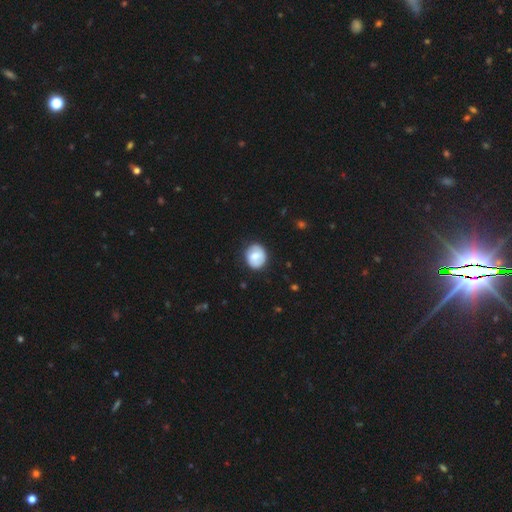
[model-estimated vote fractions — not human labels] Smooth or featured: smooth — 68% (featured or disk — 25%)
How rounded: round — 75% (in between — 24%)
Merging: none — 81% (minor disturbance — 14%)